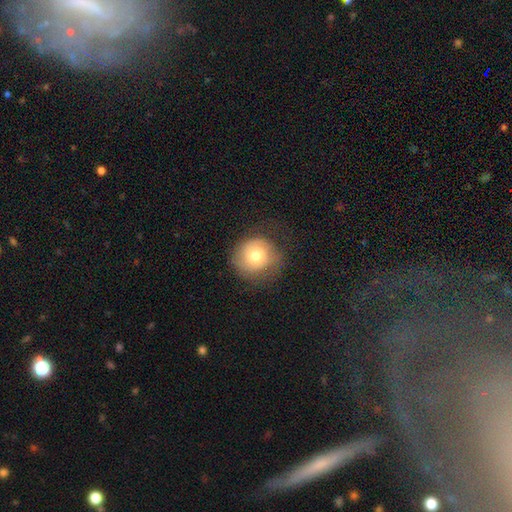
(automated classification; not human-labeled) This appears to be a smooth galaxy with no disk features (68%) that is round (87%). Merging: none (62%).